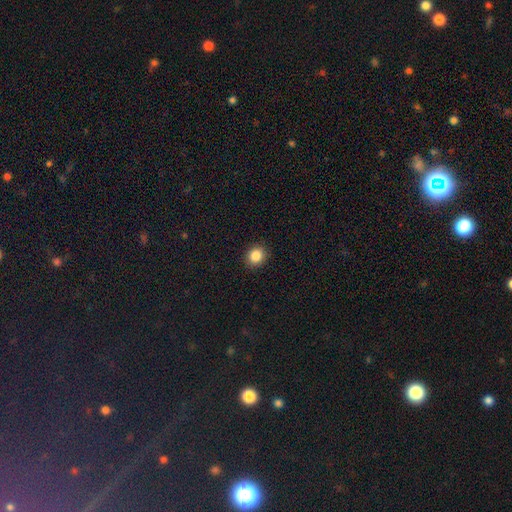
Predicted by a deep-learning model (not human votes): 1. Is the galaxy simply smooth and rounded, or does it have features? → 86% smooth, 10% star or artifact, 4% featured or disk.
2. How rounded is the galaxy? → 72% round, 27% in between, 1% cigar-shaped.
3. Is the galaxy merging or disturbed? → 90% none, 7% minor disturbance, 2% major disturbance, 1% merger.